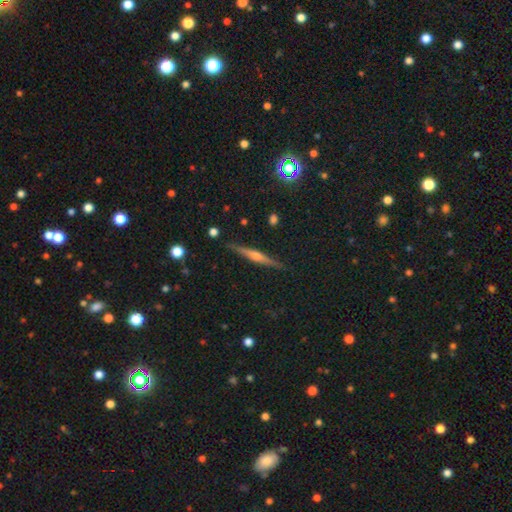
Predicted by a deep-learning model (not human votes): Q: Smooth or featured?
A: featured or disk (74%); runner-up: smooth (17%)
Q: Edge-on disk?
A: yes (98%); runner-up: no (2%)
Q: Edge-on bulge?
A: rounded (83%); runner-up: none (9%)
Q: Merging?
A: none (91%); runner-up: minor disturbance (7%)